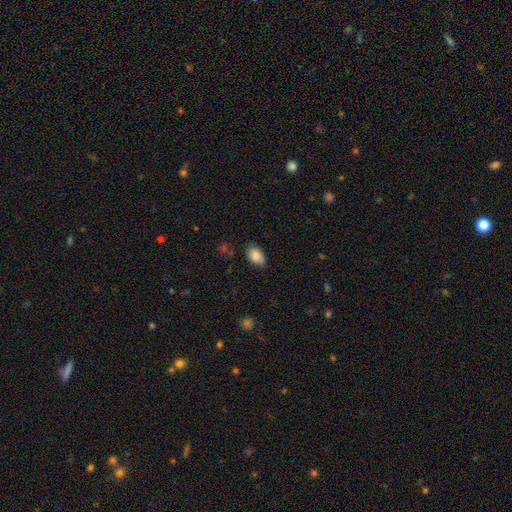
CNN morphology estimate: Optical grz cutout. It shows a smooth galaxy with no disk features (85%) that is in between round and cigar-shaped (87%). Merging: none (76%).